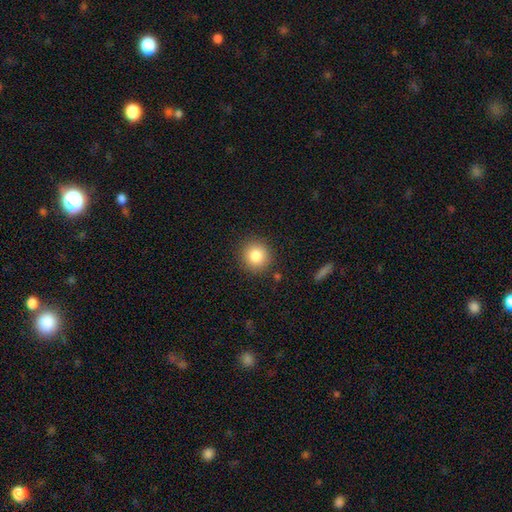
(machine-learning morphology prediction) This is clearly a smooth galaxy (84%). How rounded: clearly round (92%). Merging: clearly none (88%).